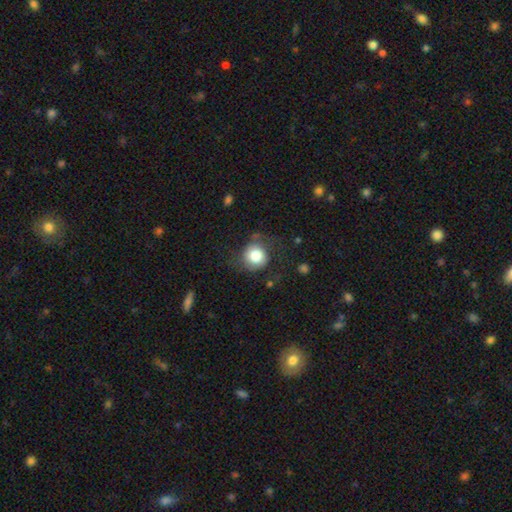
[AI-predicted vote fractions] Smooth or featured? Predicted: smooth (p=0.78). How rounded? Predicted: round (p=0.88). Merging? Predicted: none (p=0.65).